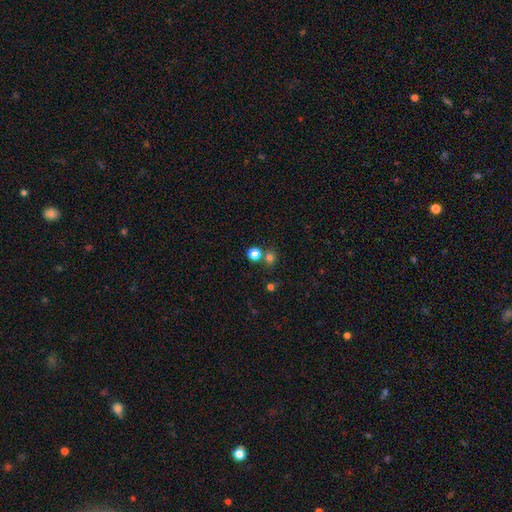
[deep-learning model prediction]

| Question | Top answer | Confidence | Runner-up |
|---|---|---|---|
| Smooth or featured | smooth | 67% | star or artifact (26%) |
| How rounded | round | 85% | in between (13%) |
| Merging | none | 71% | merger (19%) |